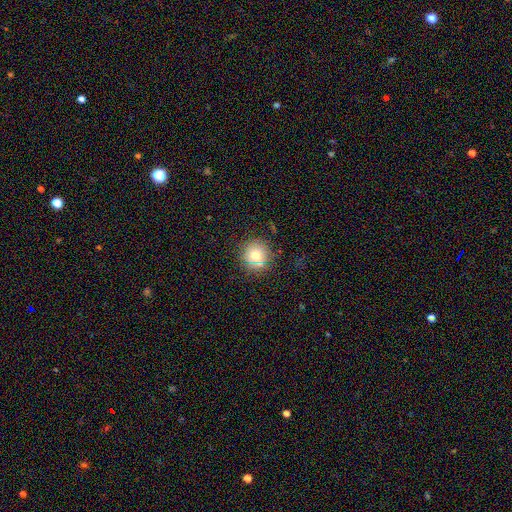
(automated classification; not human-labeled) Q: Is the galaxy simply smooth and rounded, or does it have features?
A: smooth — 72%.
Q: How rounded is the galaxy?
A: round — 94%.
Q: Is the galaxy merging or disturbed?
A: none — 84%.